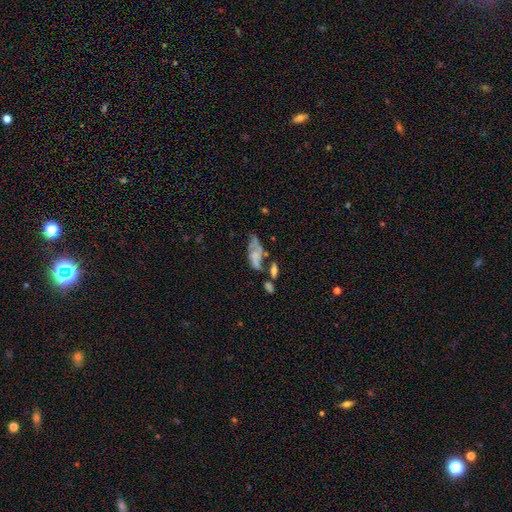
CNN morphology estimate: The model was most divided on "merging": major disturbance: 28%, merger: 27%, none: 25%, minor disturbance: 20%. More confident: edge-on disk — no (92%); smooth or featured — featured or disk (52%).